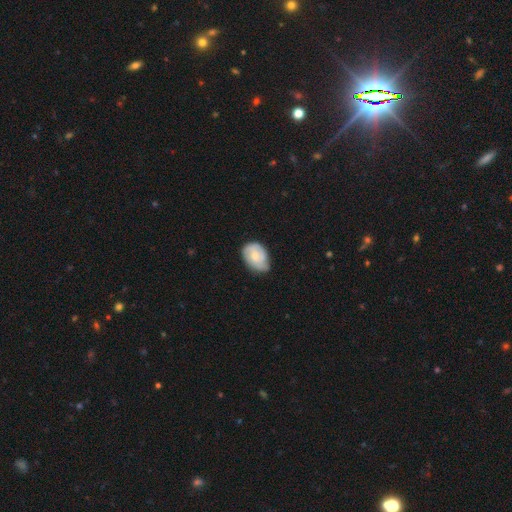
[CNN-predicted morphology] Smooth or featured? featured or disk (48%)
Merging? none (57%)